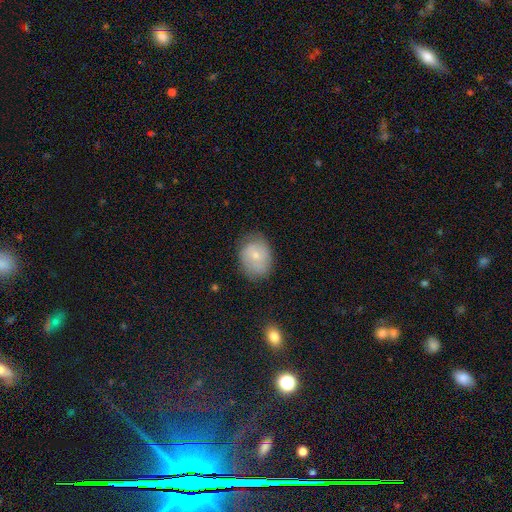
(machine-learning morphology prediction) Smooth or featured?
  - smooth: 65% *
  - featured or disk: 28%
  - star or artifact: 8%
How rounded?
  - in between: 53% *
  - round: 46%
  - cigar-shaped: 1%
Merging?
  - none: 68% *
  - minor disturbance: 24%
  - major disturbance: 7%
  - merger: 1%